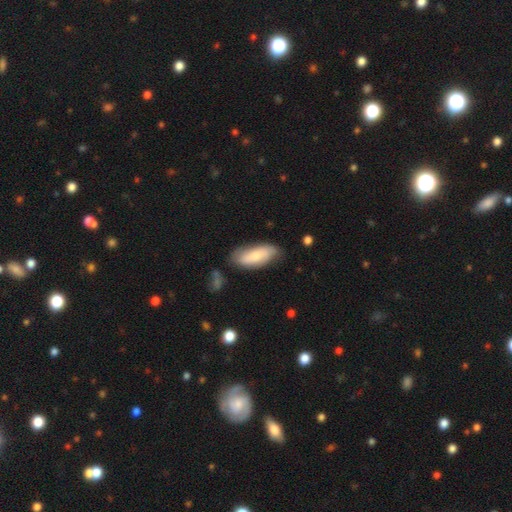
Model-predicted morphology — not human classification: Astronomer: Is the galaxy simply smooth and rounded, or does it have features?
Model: smooth — 69%.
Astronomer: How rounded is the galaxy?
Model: in between — 76%.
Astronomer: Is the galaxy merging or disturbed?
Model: none — 69%.